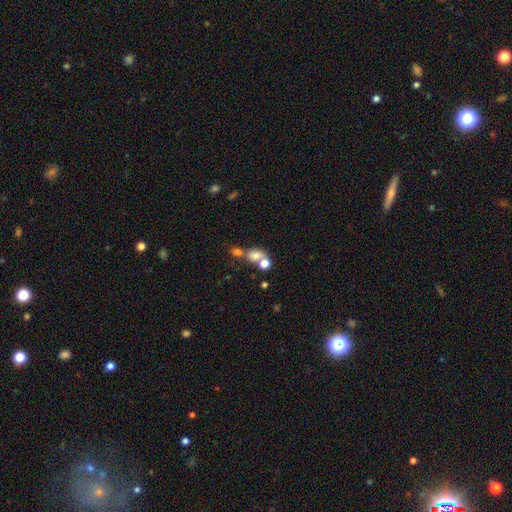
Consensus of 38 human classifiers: A smooth galaxy with no disk features (84%) that is in between round and cigar-shaped (75%). Merging: none (47%).